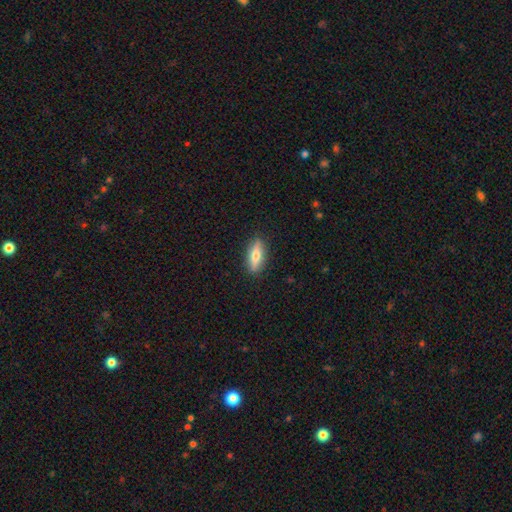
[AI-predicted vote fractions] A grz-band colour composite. It shows a smooth galaxy with no disk features (48%). Merging: none (88%).